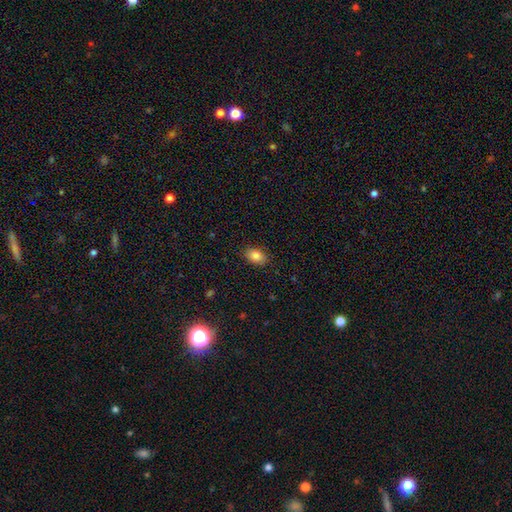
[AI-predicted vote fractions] Smooth or featured? smooth (85%)
How rounded? in between (85%)
Merging? none (88%)